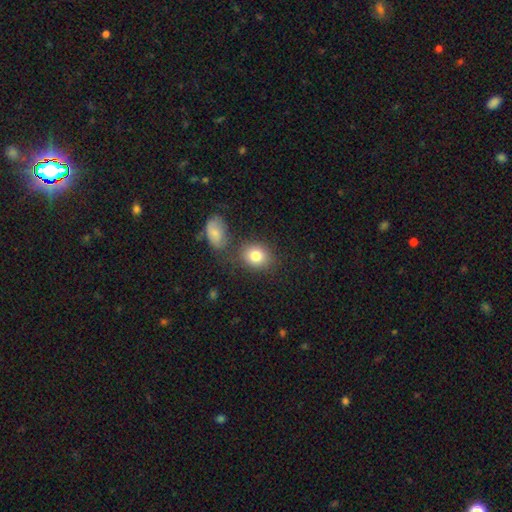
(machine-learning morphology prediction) A smooth galaxy with no disk features (82%) that is round (55%).

Vote fractions:
- Smooth or featured? smooth: 82% / star or artifact: 9% / featured or disk: 9%
- How rounded? round: 55% / in between: 44% / cigar-shaped: 1%
- Merging? none: 71% / merger: 13% / minor disturbance: 12% / major disturbance: 4%